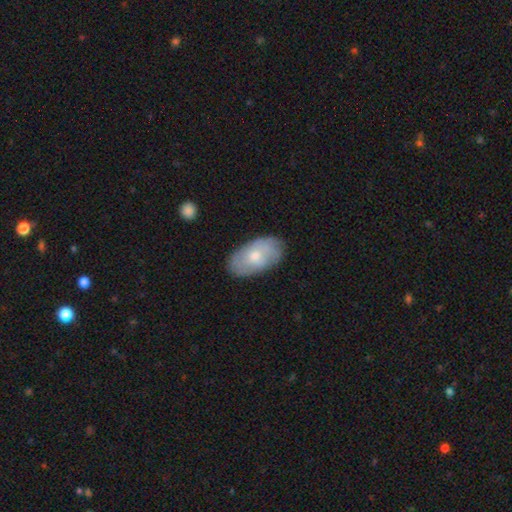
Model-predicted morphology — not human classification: This is likely a smooth galaxy (61%). How rounded: clearly in between (94%). Merging: clearly none (80%).